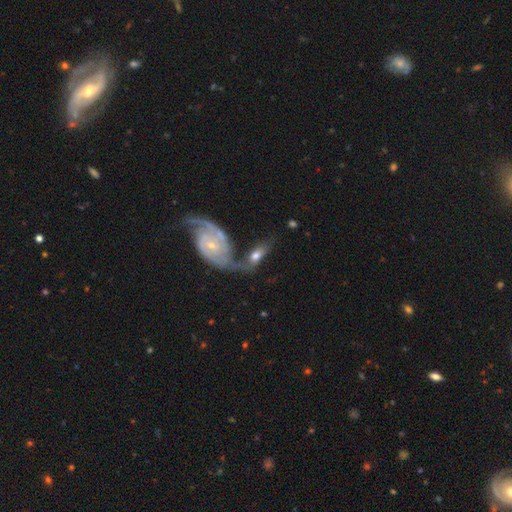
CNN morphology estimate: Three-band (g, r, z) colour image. It shows a featured or disk galaxy (59%) with no bar (63%), spiral arms (82%) and a small central bulge (51%). Merging: merger (47%).